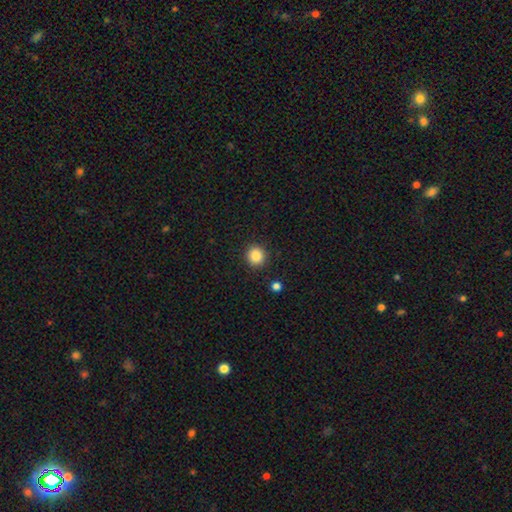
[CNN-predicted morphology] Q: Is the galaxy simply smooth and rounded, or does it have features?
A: smooth — 86%.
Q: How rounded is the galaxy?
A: round — 92%.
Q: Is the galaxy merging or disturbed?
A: none — 91%.